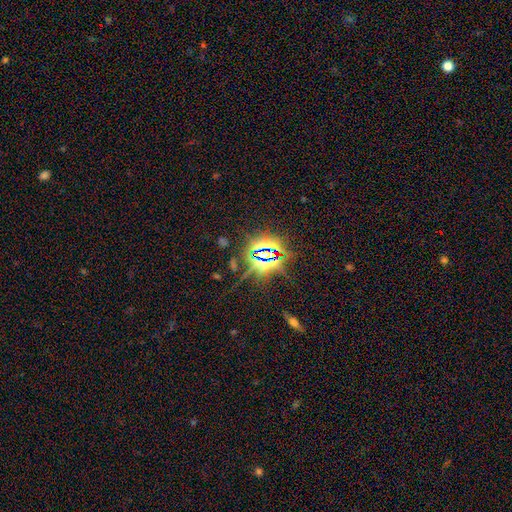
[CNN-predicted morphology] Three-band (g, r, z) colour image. It shows a star or artifact, not a galaxy (80%).